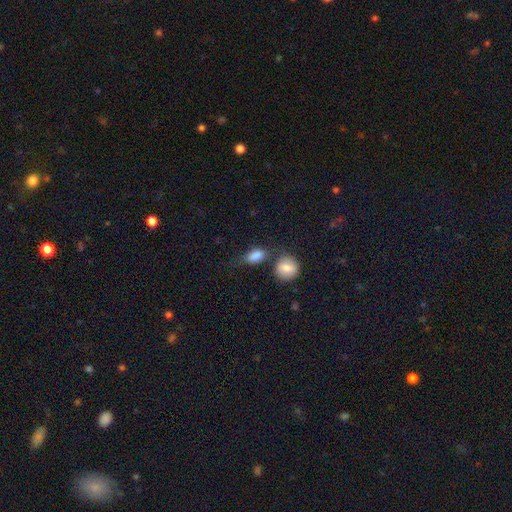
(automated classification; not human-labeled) Smooth or featured: smooth — 83% (star or artifact — 8%)
How rounded: in between — 78% (round — 17%)
Merging: none — 48% (minor disturbance — 21%)